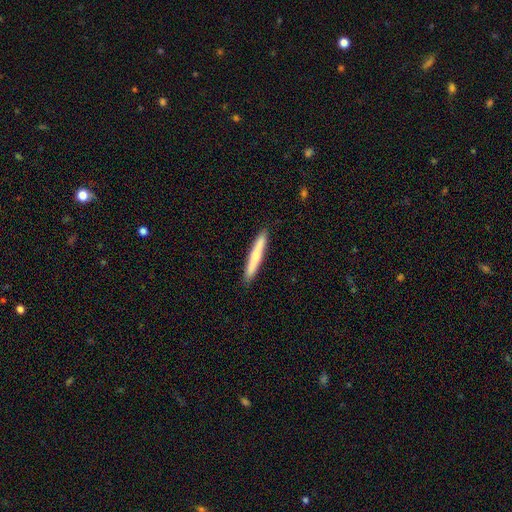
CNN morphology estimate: type=smooth (67%); roundness=cigar-shaped (95%); merging=none (91%).